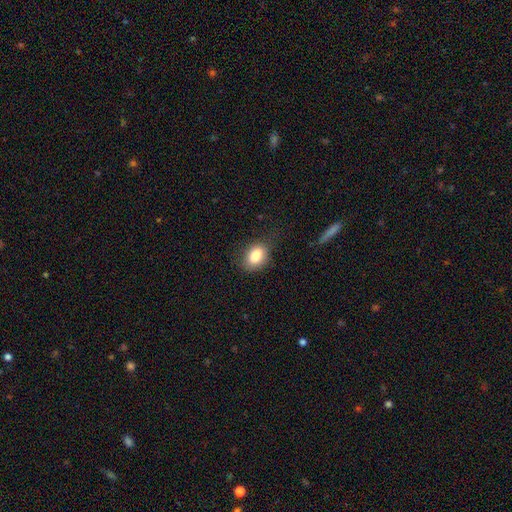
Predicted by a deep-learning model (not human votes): smooth 83%, star or artifact 9%, featured or disk 8%. Down the decision tree: how rounded — in between (77%); merging — none (71%).